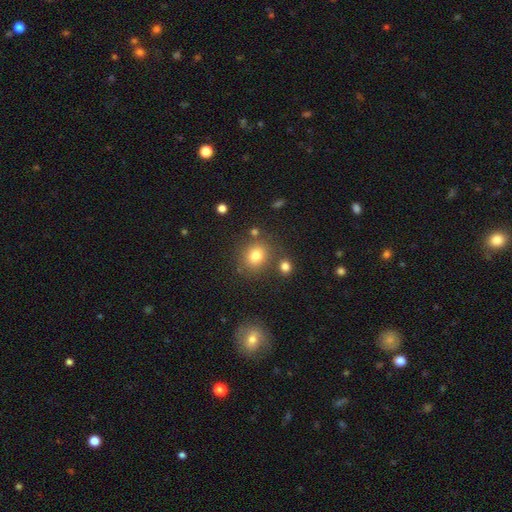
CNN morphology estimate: smooth-or-featured: smooth: 78% | star or artifact: 13% | featured or disk: 9%
  how-rounded: round: 72% | in between: 27% | cigar-shaped: 1%
  merging: none: 76% | minor disturbance: 11% | merger: 9% | major disturbance: 4%